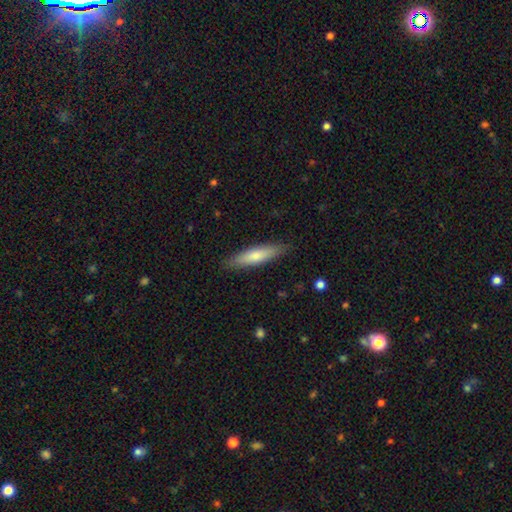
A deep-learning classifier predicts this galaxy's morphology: This is likely a smooth galaxy (72%). How rounded: likely cigar-shaped (76%). Merging: clearly none (87%).